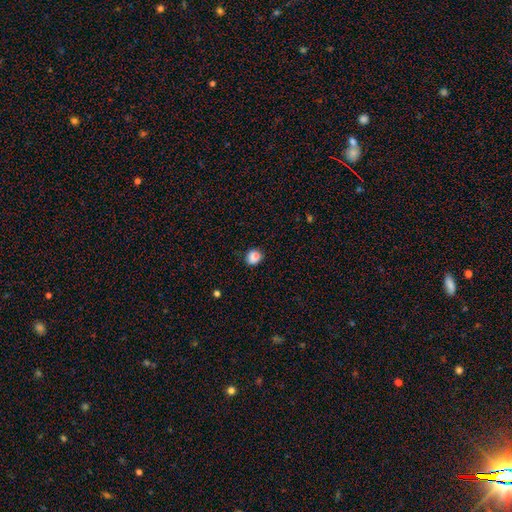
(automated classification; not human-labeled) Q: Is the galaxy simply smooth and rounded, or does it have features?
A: smooth — 87%.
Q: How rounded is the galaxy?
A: round — 81%.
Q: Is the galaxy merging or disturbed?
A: none — 83%.